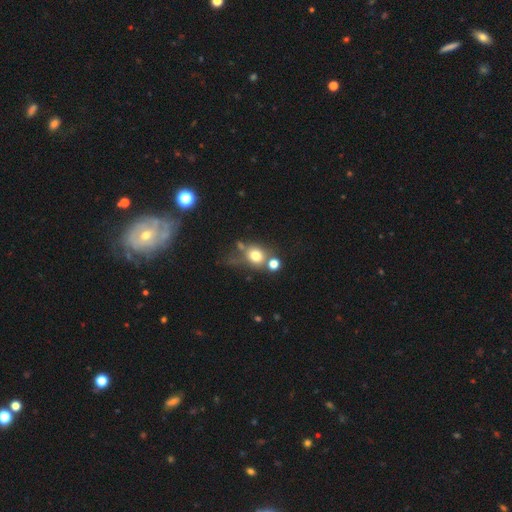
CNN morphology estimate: smooth_or_featured: smooth (p=0.72) [alt: featured or disk p=0.14]
how_rounded: round (p=0.71) [alt: in between p=0.28]
merging: none (p=0.47) [alt: merger p=0.25]